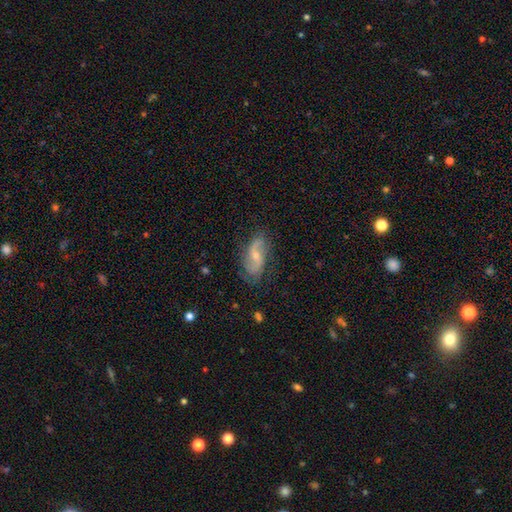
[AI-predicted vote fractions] Smooth or featured?
  - featured or disk: 75% *
  - smooth: 18%
  - star or artifact: 7%
Edge-on disk?
  - no: 94% *
  - yes: 6%
Bar?
  - no: 48% *
  - weak: 40%
  - strong: 12%
Spiral arms?
  - yes: 92% *
  - no: 8%
Spiral winding?
  - loose: 51% *
  - medium: 35%
  - tight: 15%
Spiral arm count?
  - 2: 83% *
  - can't tell: 9%
  - 1: 3%
  - 3: 3%
  - 4: 1%
  - more than 4: 1%
Bulge size?
  - small: 55% *
  - moderate: 40%
  - none: 2%
  - large: 2%
  - dominant: 1%
Merging?
  - none: 73% *
  - minor disturbance: 19%
  - major disturbance: 7%
  - merger: 1%